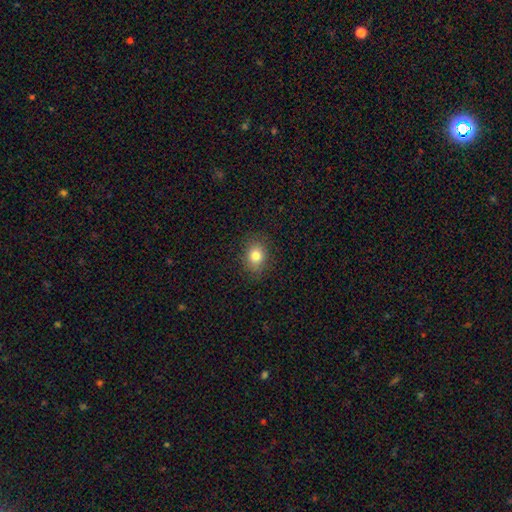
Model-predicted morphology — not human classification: The model was most divided on "how rounded": in between: 52%, round: 47%, cigar-shaped: 1%. More confident: merging — none (85%); smooth or featured — smooth (81%).